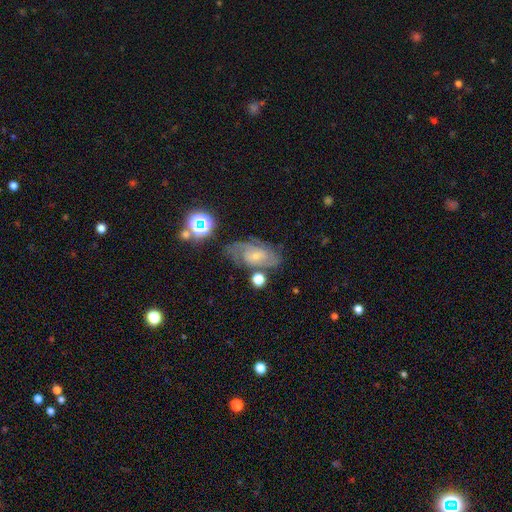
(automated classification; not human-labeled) Morphology: type=featured or disk (72%); edge-on=no (96%); bar=no (56%); spiral arms=yes (92%); winding=tight (45%); arm count=2 (48%); bulge=small (70%); merging=none (63%).